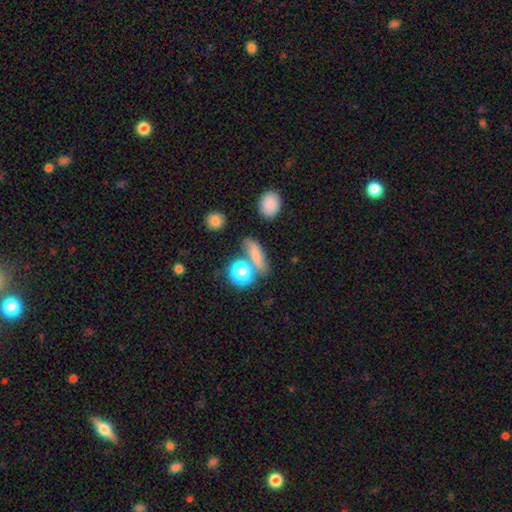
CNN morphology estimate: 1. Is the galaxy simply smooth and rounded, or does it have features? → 71% smooth, 16% star or artifact, 14% featured or disk.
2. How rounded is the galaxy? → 41% cigar-shaped, 35% in between, 24% round.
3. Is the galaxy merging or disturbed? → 66% none, 14% merger, 14% minor disturbance, 6% major disturbance.